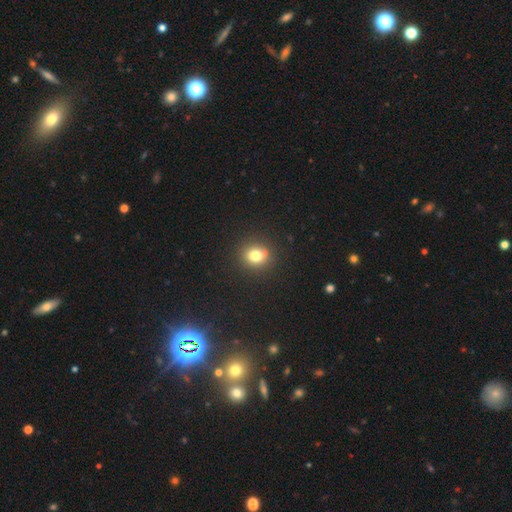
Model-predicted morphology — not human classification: type=smooth (78%); roundness=round (82%); merging=none (87%).